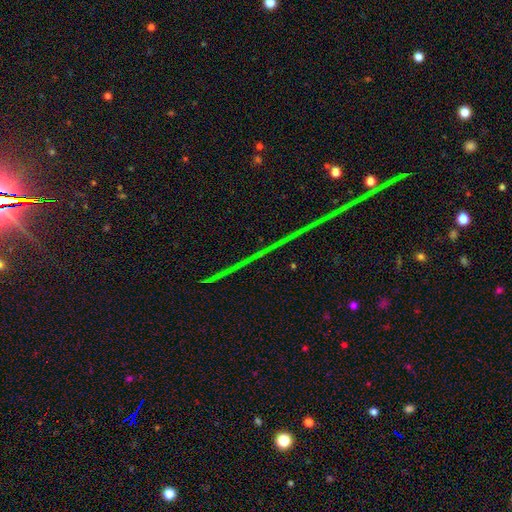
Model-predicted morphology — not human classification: smooth-or-featured: star or artifact: 85% | featured or disk: 8% | smooth: 6%